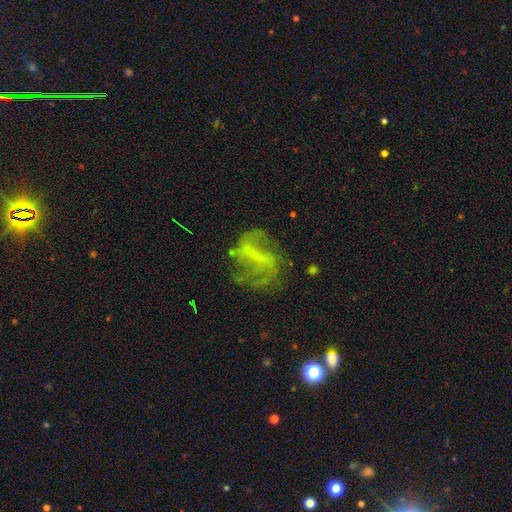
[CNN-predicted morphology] Q: Smooth or featured?
A: featured or disk (69%); runner-up: smooth (17%)
Q: Edge-on disk?
A: no (95%); runner-up: yes (5%)
Q: Bar?
A: strong (46%); runner-up: weak (33%)
Q: Spiral arms?
A: yes (70%); runner-up: no (30%)
Q: Bulge size?
A: none (63%); runner-up: small (23%)
Q: Merging?
A: none (54%); runner-up: major disturbance (23%)